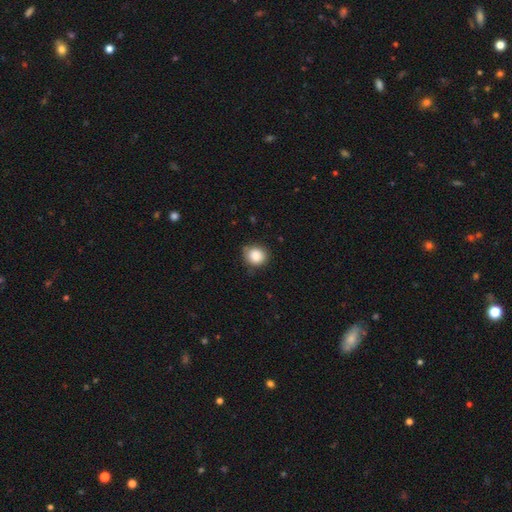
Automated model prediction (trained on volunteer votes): This is clearly a smooth galaxy (85%). How rounded: clearly round (84%). Merging: likely none (78%).